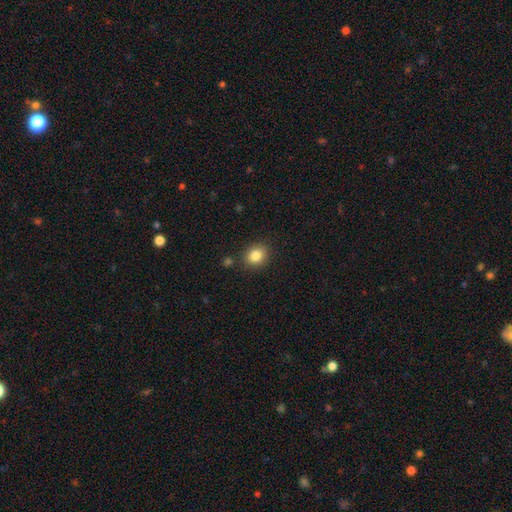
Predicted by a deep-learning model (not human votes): This appears to be a smooth galaxy with no disk features (84%) that is round (62%). Merging: none (85%).